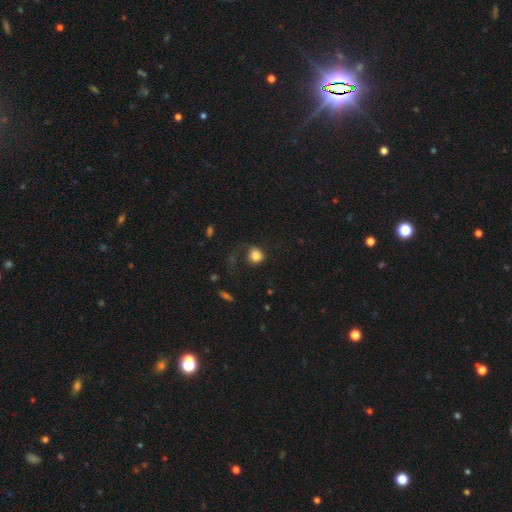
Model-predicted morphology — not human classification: smooth-or-featured: smooth: 79% | featured or disk: 12% | star or artifact: 9%
  how-rounded: round: 74% | in between: 25% | cigar-shaped: 1%
  merging: none: 42% | major disturbance: 36% | minor disturbance: 18% | merger: 3%